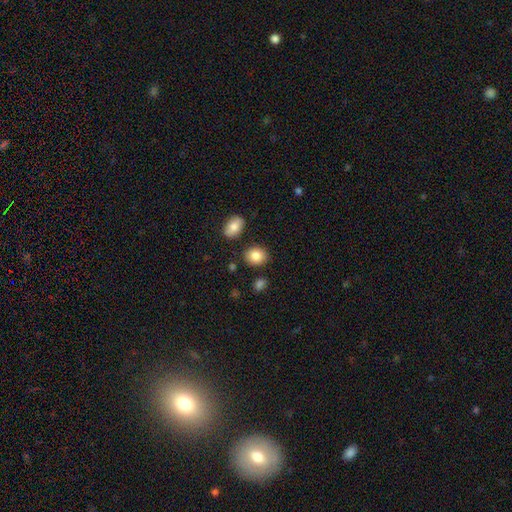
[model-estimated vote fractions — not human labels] Smooth or featured: smooth — 86% (star or artifact — 8%)
How rounded: round — 56% (in between — 43%)
Merging: none — 84% (minor disturbance — 9%)